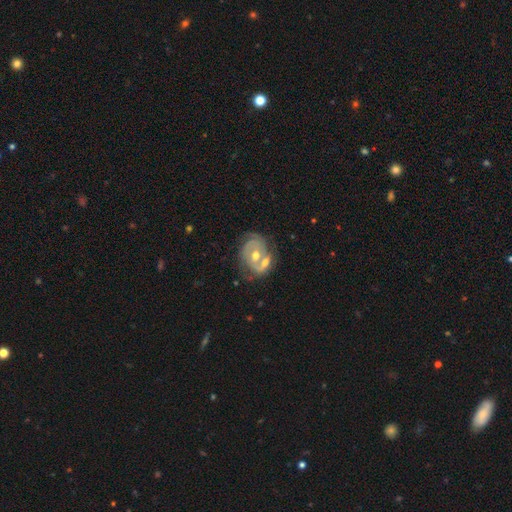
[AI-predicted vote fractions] Morphology: type=featured or disk (78%); edge-on=no (97%); bar=no (59%); spiral arms=yes (82%); winding=tight (50%); arm count=2 (59%); bulge=moderate (72%); merging=merger (41%).